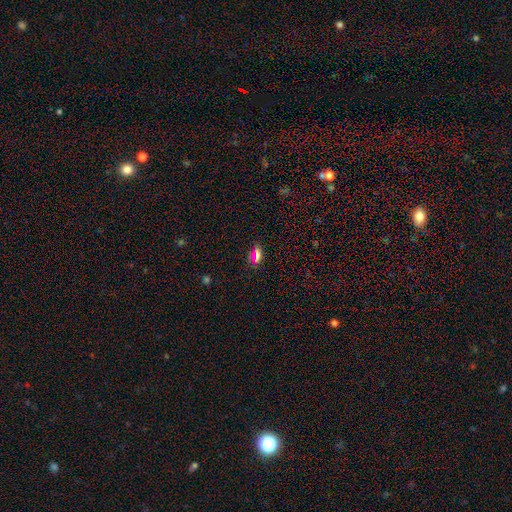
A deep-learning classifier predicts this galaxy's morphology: Q: Smooth or featured?
A: smooth (60%); runner-up: star or artifact (31%)
Q: How rounded?
A: in between (68%); runner-up: round (21%)
Q: Merging?
A: none (80%); runner-up: minor disturbance (12%)